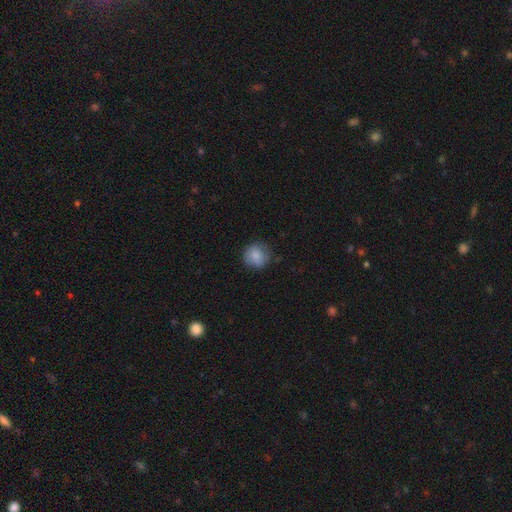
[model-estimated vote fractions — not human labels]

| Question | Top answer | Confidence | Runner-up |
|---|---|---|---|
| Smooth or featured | smooth | 84% | featured or disk (8%) |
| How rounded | round | 88% | in between (11%) |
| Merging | none | 79% | minor disturbance (16%) |